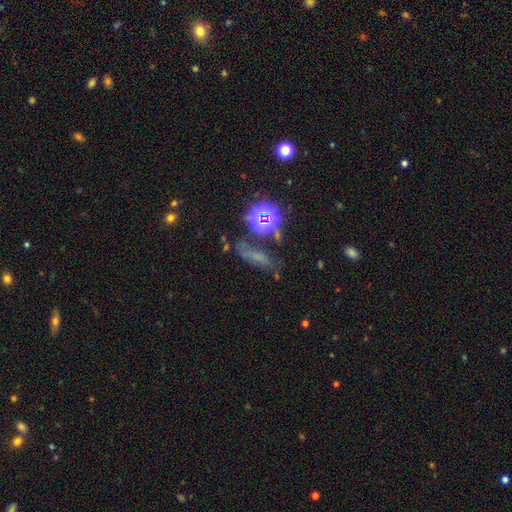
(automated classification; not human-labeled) A star or artifact, not a galaxy (40%).